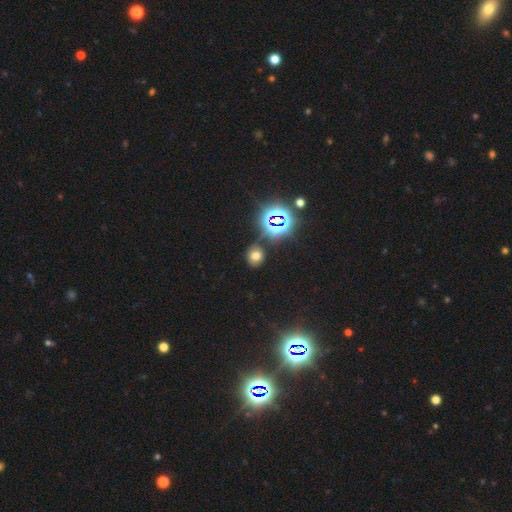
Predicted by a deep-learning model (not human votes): A smooth galaxy with no disk features (60%) that is round (65%). Merging: none (77%).